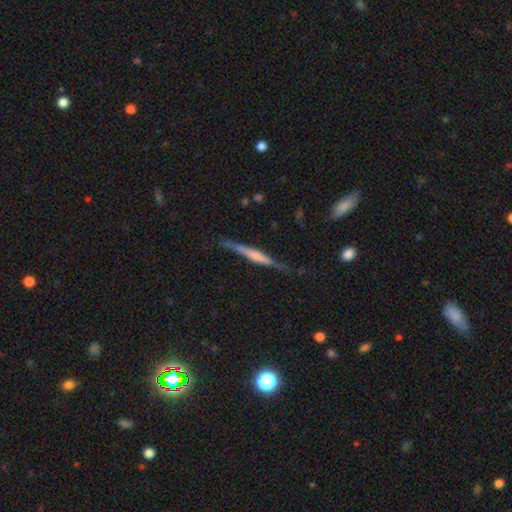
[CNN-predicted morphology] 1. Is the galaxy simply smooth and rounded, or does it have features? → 71% featured or disk, 21% smooth, 8% star or artifact.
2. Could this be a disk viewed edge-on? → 96% yes, 4% no.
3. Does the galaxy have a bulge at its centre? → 50% rounded, 27% none, 23% boxy.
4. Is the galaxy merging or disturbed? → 79% none, 16% minor disturbance, 4% major disturbance, 2% merger.